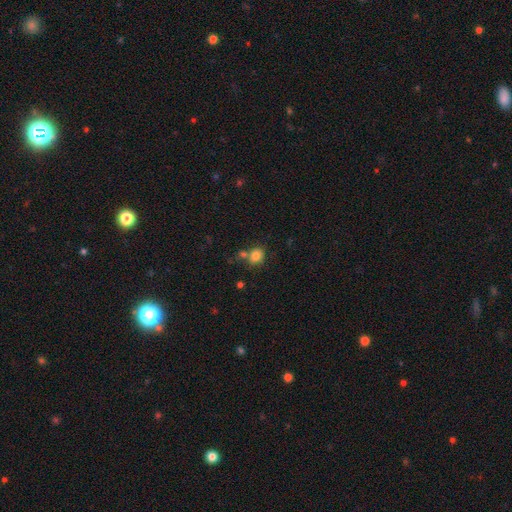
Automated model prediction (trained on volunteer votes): The model was most divided on "how rounded": round: 63%, in between: 36%, cigar-shaped: 1%. More confident: smooth or featured — smooth (81%); merging — none (60%).